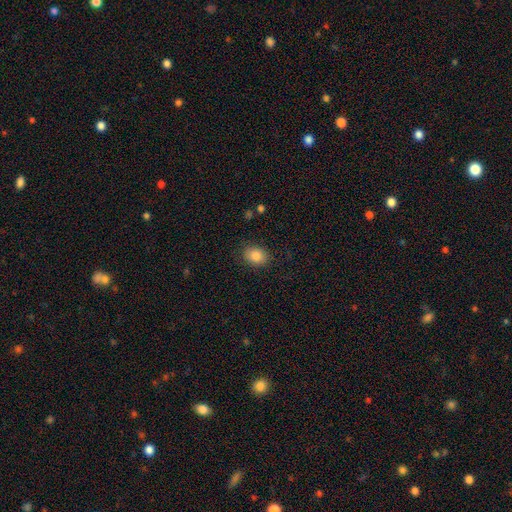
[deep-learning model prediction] Smooth or featured?
  - smooth: 86% *
  - star or artifact: 8%
  - featured or disk: 5%
How rounded?
  - in between: 61% *
  - round: 38%
  - cigar-shaped: 1%
Merging?
  - none: 85% *
  - minor disturbance: 11%
  - major disturbance: 3%
  - merger: 1%